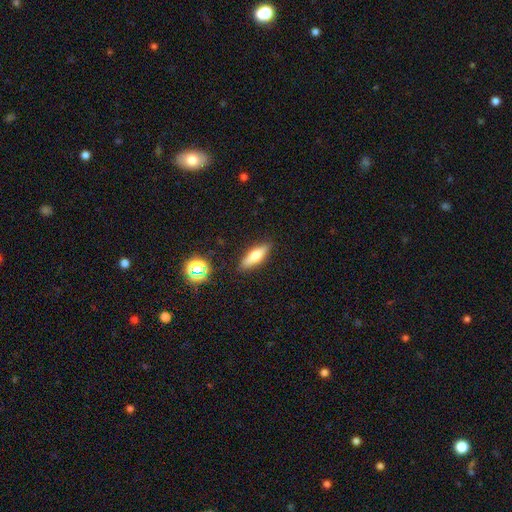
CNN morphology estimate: smooth-or-featured: smooth: 65% | featured or disk: 26% | star or artifact: 8%
  how-rounded: in between: 51% | cigar-shaped: 46% | round: 3%
  merging: none: 87% | minor disturbance: 9% | major disturbance: 2% | merger: 2%